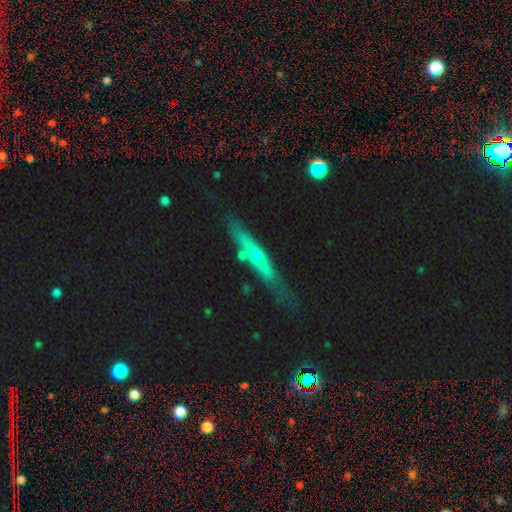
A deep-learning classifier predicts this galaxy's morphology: A featured or disk galaxy (62%) viewed edge-on (84%) with a rounded central bulge (73%).

Vote fractions:
- Smooth or featured? featured or disk: 62% / smooth: 31% / star or artifact: 7%
- Edge-on disk? yes: 84% / no: 16%
- Edge-on bulge? rounded: 73% / none: 23% / boxy: 3%
- Merging? none: 70% / minor disturbance: 19% / merger: 6% / major disturbance: 5%